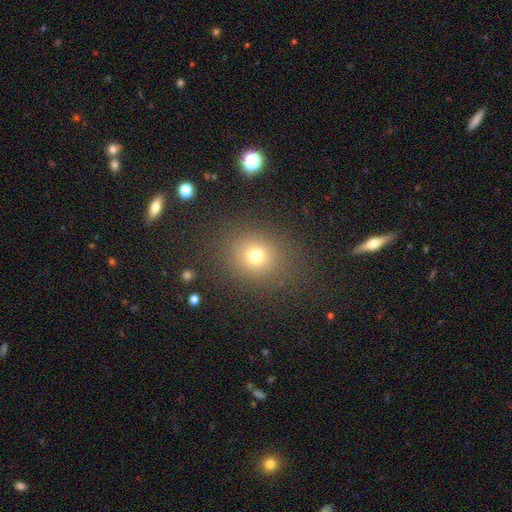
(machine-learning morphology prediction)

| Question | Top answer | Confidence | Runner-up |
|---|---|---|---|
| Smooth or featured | smooth | 72% | star or artifact (18%) |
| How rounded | round | 71% | in between (28%) |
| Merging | none | 84% | minor disturbance (9%) |